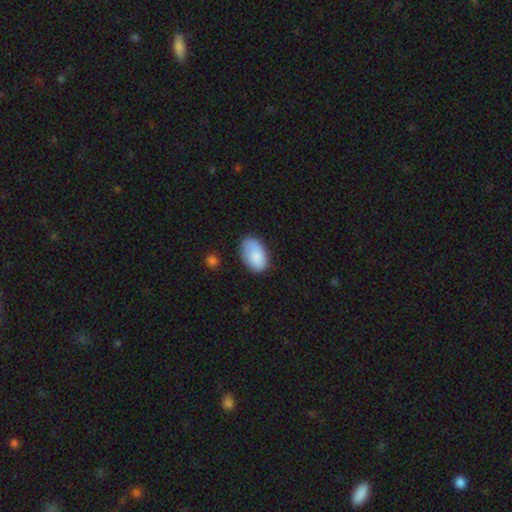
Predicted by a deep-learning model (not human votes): Smooth or featured: smooth — 83% (featured or disk — 10%)
How rounded: in between — 92% (round — 7%)
Merging: none — 66% (minor disturbance — 26%)